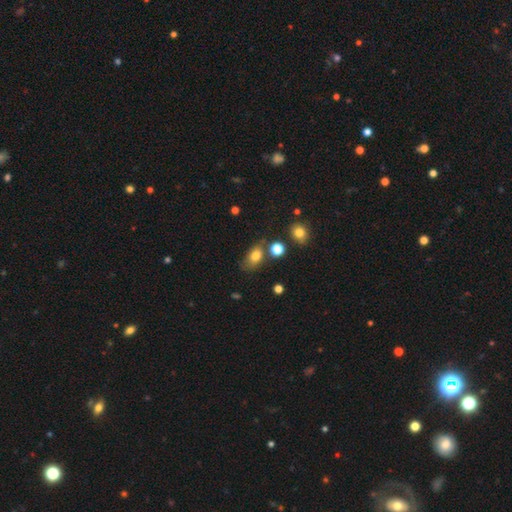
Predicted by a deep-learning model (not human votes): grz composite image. It shows a smooth galaxy with no disk features (79%) that is in between round and cigar-shaped (80%). Merging: none (60%).